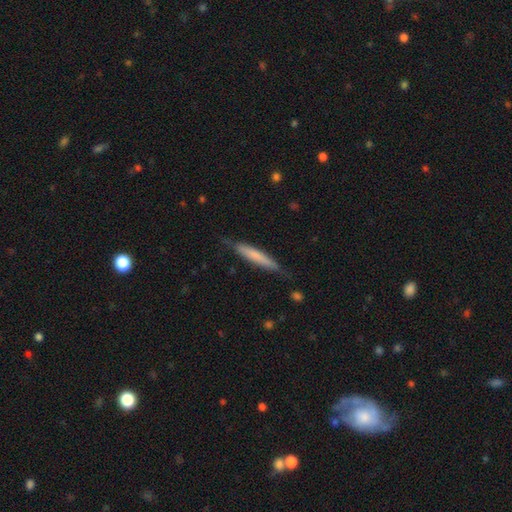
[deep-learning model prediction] Overall: smooth (68%). How rounded: cigar-shaped (93%). Merging: none (77%).